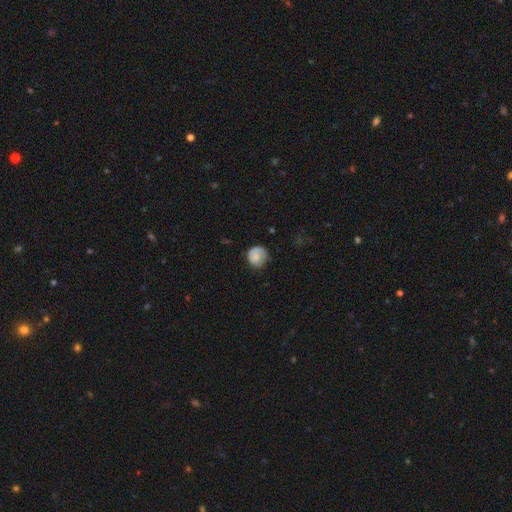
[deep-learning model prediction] smooth_or_featured: smooth (p=0.67) [alt: featured or disk p=0.25]
how_rounded: round (p=0.85) [alt: in between p=0.14]
merging: none (p=0.63) [alt: minor disturbance p=0.25]